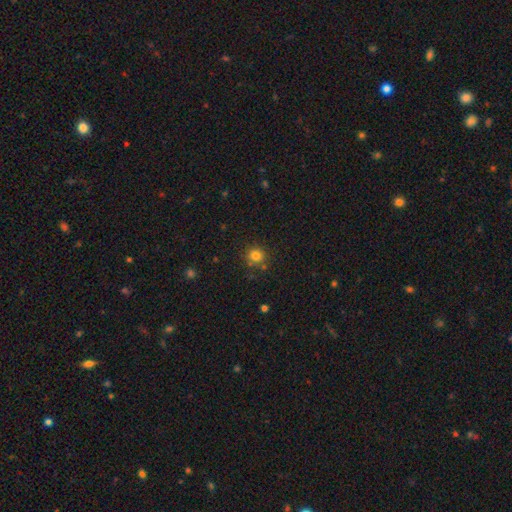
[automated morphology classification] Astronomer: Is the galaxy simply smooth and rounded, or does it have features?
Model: smooth — 81%.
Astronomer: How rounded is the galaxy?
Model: round — 92%.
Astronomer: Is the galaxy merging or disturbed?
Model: none — 84%.